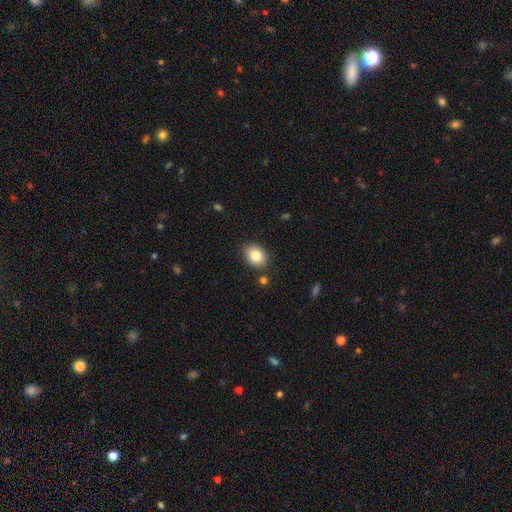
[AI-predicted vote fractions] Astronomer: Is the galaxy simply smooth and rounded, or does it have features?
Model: smooth — 83%.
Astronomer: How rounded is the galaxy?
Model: in between — 58% (runner-up: round, 41%).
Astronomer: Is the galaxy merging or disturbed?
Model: none — 85%.